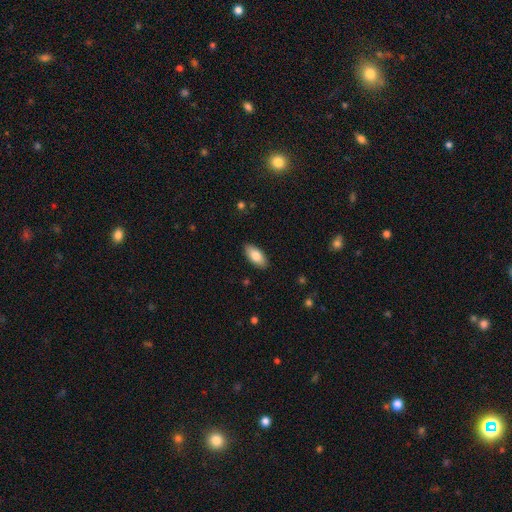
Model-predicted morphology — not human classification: Smooth or featured? Predicted: smooth (p=0.81). How rounded? Predicted: in between (p=0.90). Merging? Predicted: none (p=0.89).